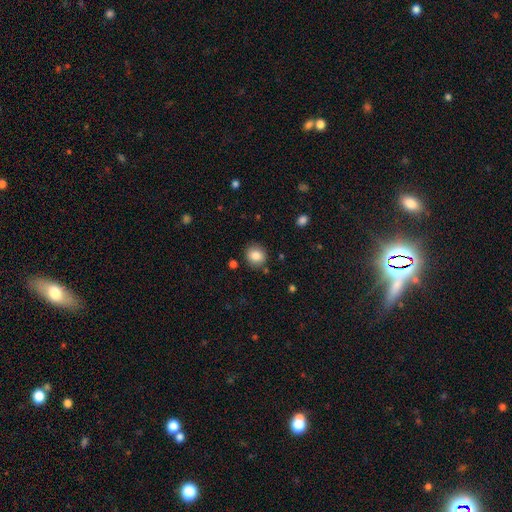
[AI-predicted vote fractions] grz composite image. It shows a smooth galaxy with no disk features (84%) that is round (85%). Merging: none (87%).